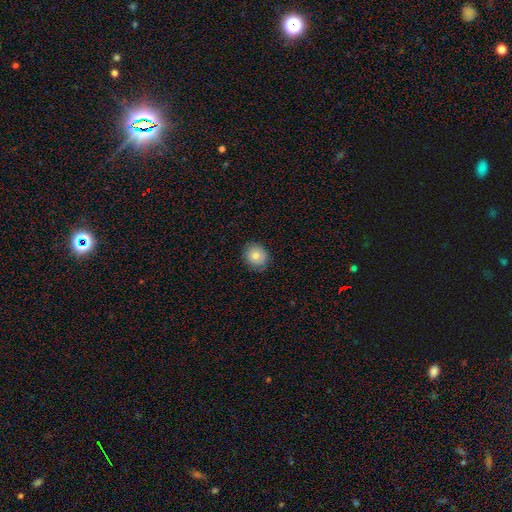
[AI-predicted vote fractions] Overall: smooth (73%). How rounded: round (82%). Merging: none (84%).